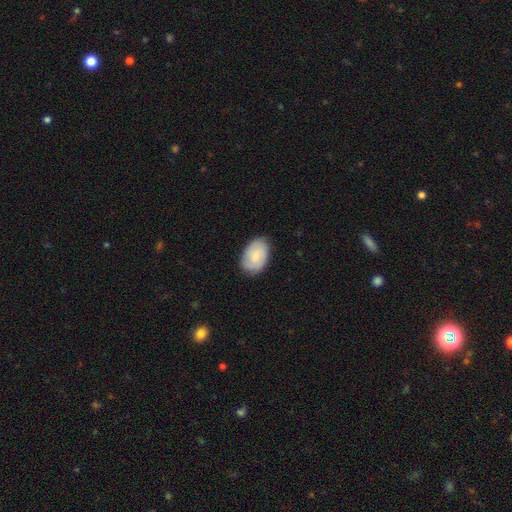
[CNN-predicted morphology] smooth_or_featured: smooth (p=0.65) [alt: featured or disk p=0.28]
how_rounded: in between (p=0.89) [alt: round p=0.10]
merging: none (p=0.81) [alt: minor disturbance p=0.15]